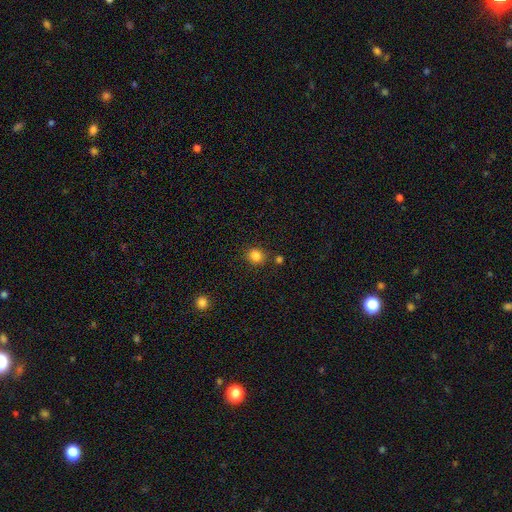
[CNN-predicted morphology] smooth_or_featured: smooth (p=0.84) [alt: star or artifact p=0.12]
how_rounded: round (p=0.71) [alt: in between p=0.28]
merging: none (p=0.80) [alt: minor disturbance p=0.10]